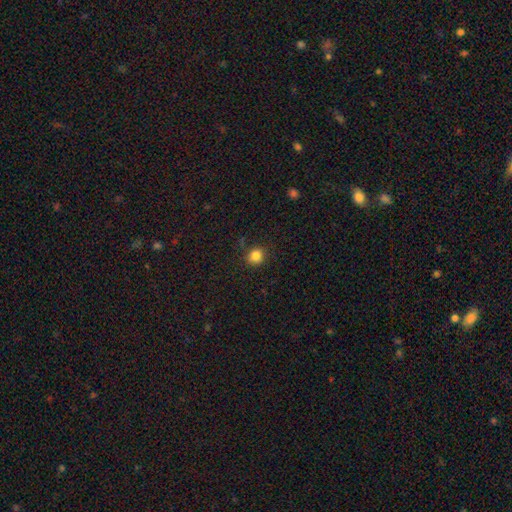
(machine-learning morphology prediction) type=smooth (83%); roundness=round (86%); merging=none (85%).